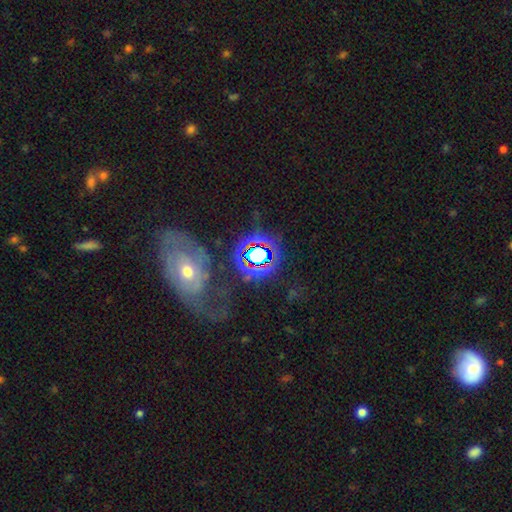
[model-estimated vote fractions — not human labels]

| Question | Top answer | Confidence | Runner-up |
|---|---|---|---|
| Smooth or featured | star or artifact | 61% | smooth (20%) |